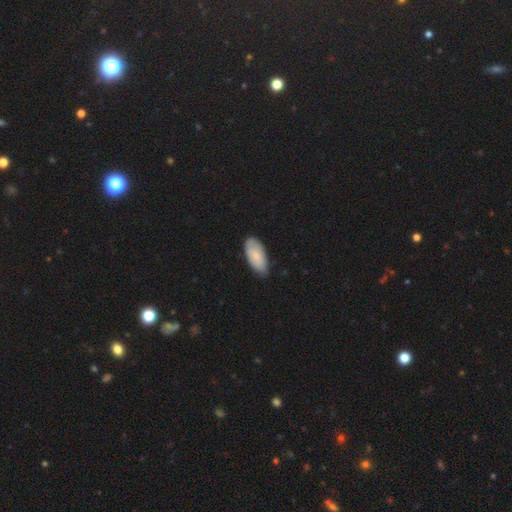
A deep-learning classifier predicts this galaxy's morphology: This appears to be a smooth galaxy with no disk features (81%) that is in between round and cigar-shaped (92%). Merging: none (71%).